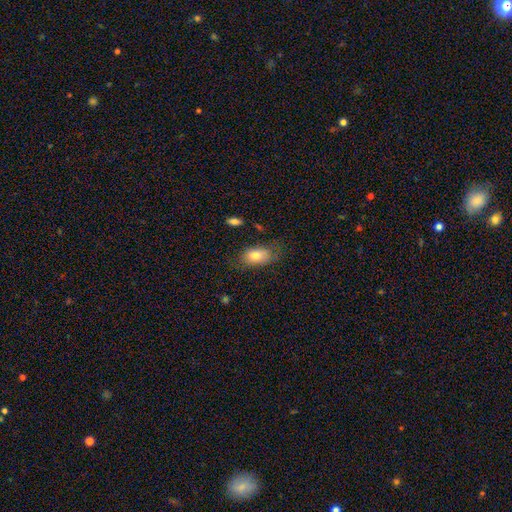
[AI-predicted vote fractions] Overall: smooth (78%). How rounded: in between (88%). Merging: none (63%; minor disturbance 24%).